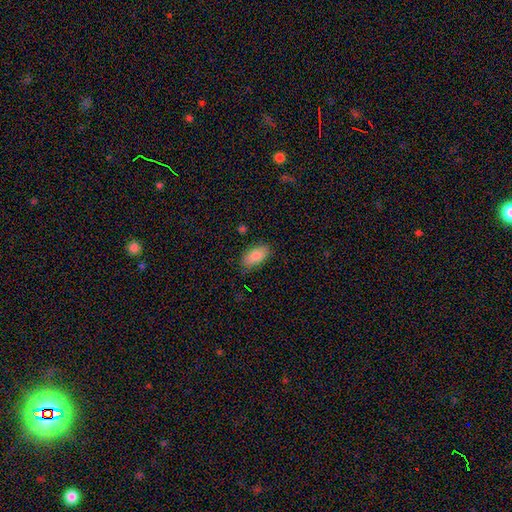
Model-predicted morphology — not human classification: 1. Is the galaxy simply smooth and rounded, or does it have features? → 85% smooth, 8% featured or disk, 7% star or artifact.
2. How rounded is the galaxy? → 93% in between, 4% cigar-shaped, 3% round.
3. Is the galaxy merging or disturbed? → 80% none, 15% minor disturbance, 3% major disturbance, 2% merger.